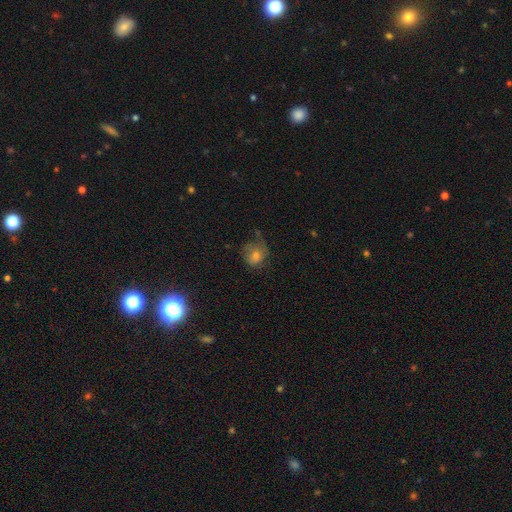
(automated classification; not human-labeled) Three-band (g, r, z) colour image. It shows a smooth galaxy with no disk features (60%) that is round (75%). Merging: none (52%).